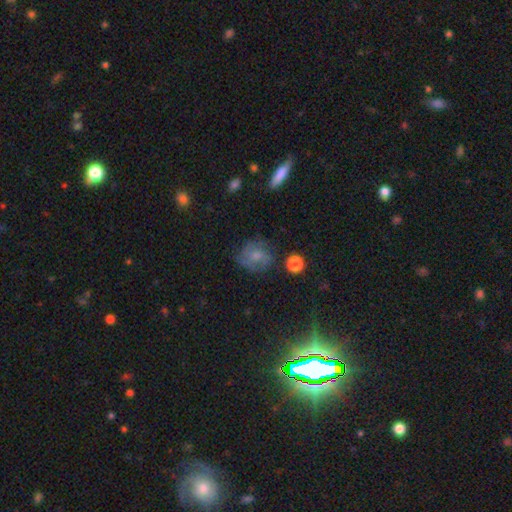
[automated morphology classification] This is possibly a smooth galaxy (57%). How rounded: likely round (72%). Merging: likely none (62%).